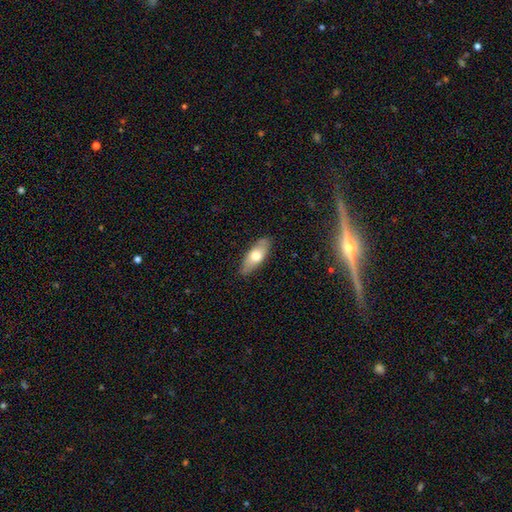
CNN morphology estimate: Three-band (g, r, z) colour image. It shows a smooth galaxy with no disk features (64%) that is in between round and cigar-shaped (75%). Merging: none (83%).